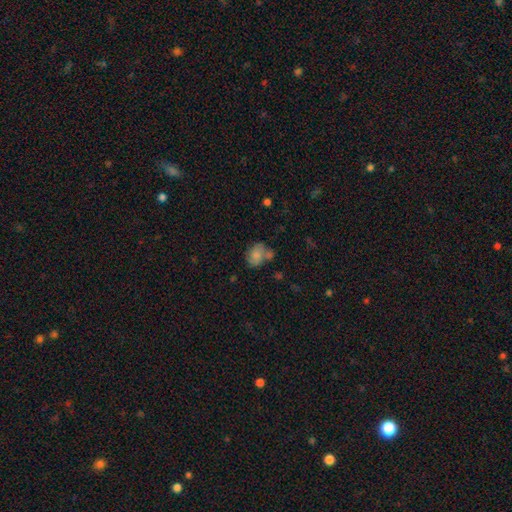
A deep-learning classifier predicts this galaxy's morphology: Smooth or featured?
  - smooth: 71% *
  - featured or disk: 18%
  - star or artifact: 11%
How rounded?
  - in between: 55% *
  - round: 44%
  - cigar-shaped: 1%
Merging?
  - none: 49% *
  - merger: 22%
  - minor disturbance: 21%
  - major disturbance: 8%